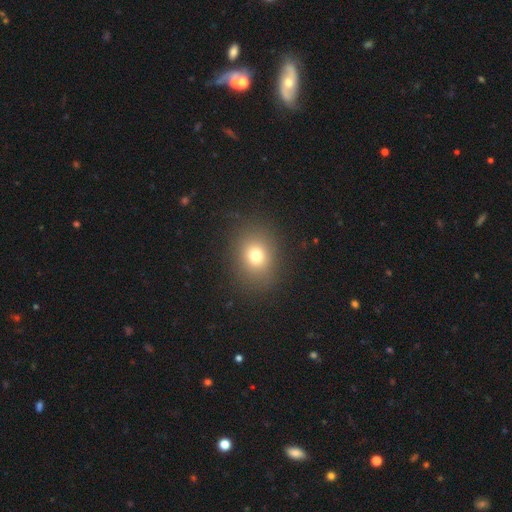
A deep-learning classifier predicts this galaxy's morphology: A smooth galaxy with no disk features (74%) that is round (62%). Merging: none (85%).